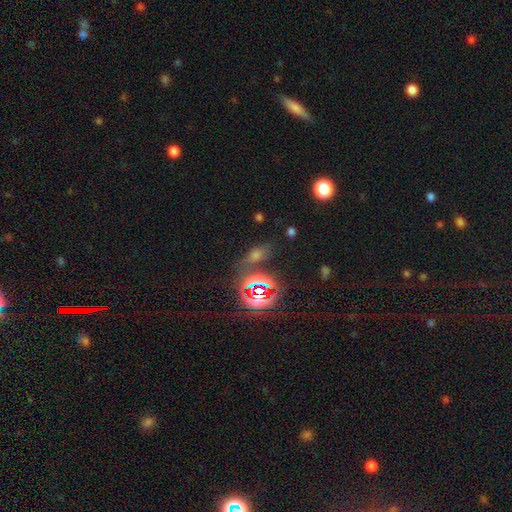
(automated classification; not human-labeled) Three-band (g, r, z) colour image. It shows a star or artifact, not a galaxy (51%).